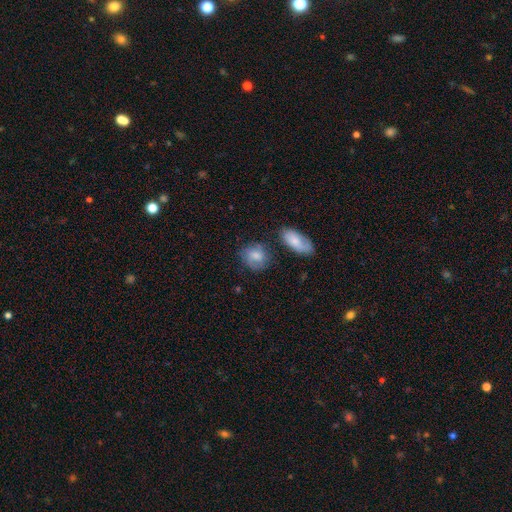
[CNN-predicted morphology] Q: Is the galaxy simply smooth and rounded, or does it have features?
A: smooth — 73%.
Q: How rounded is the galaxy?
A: round — 57%.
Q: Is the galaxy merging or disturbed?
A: none — 65%.